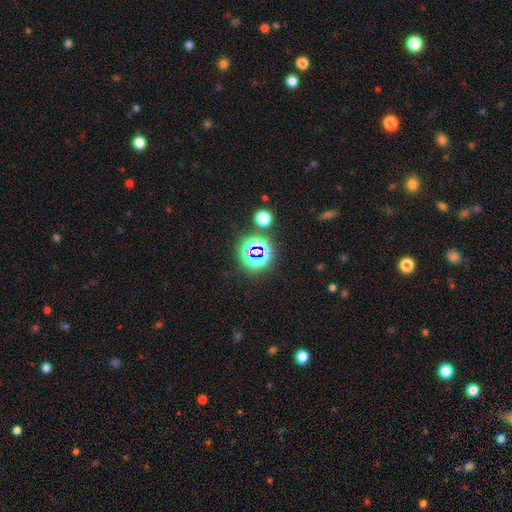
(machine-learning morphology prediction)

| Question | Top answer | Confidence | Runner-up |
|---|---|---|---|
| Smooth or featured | star or artifact | 70% | smooth (21%) |